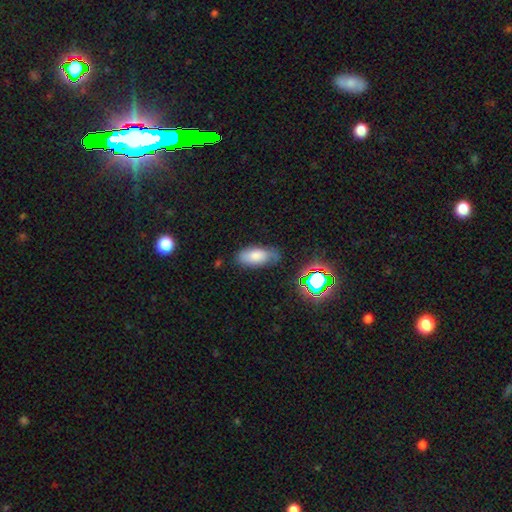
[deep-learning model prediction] Q: Smooth or featured?
A: smooth (74%); runner-up: featured or disk (15%)
Q: How rounded?
A: in between (88%); runner-up: cigar-shaped (9%)
Q: Merging?
A: none (65%); runner-up: minor disturbance (26%)